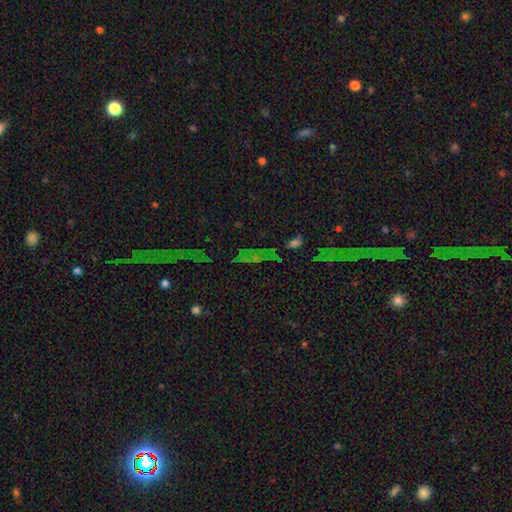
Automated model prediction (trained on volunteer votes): Smooth or featured: star or artifact — 66% (featured or disk — 17%)